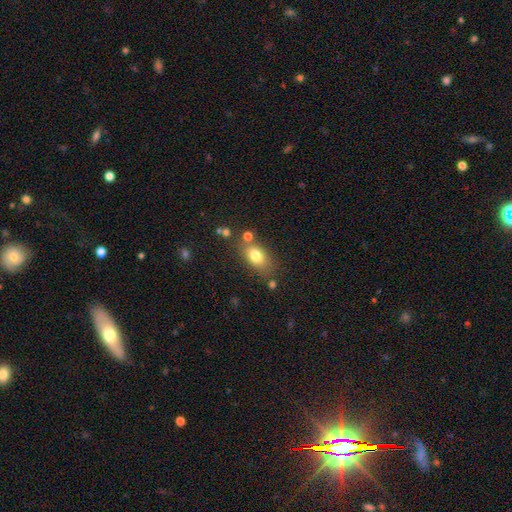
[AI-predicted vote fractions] A smooth galaxy with no disk features (77%) that is in between round and cigar-shaped (78%). Merging: none (68%).